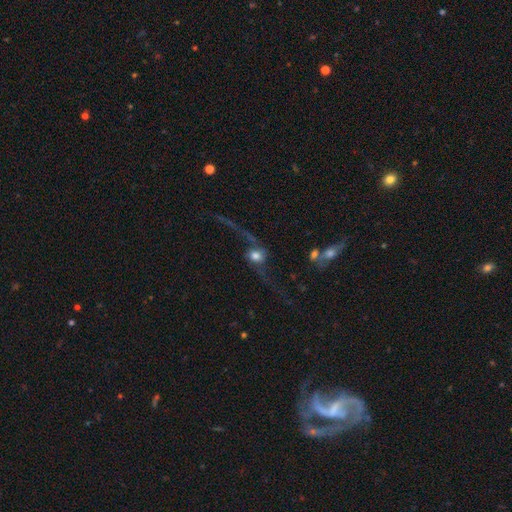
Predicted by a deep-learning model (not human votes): The model was most divided on "bulge size": moderate: 43%, large: 30%, small: 13%, dominant: 10%, none: 4%. Remaining: spiral arms — yes (82%); edge-on disk — no (76%); smooth or featured — featured or disk (71%); bar — no (64%); merging — none (47%).